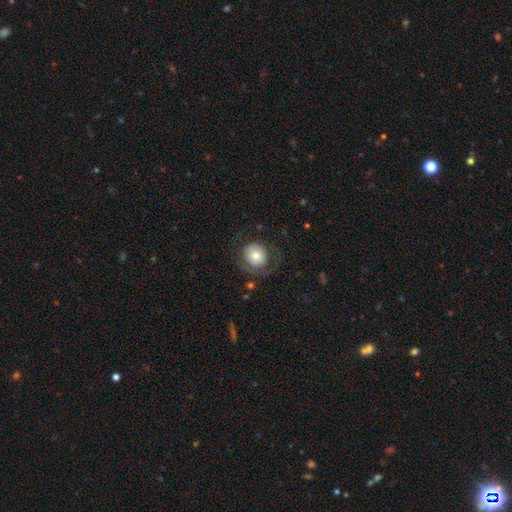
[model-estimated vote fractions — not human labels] smooth-or-featured: smooth: 68% | featured or disk: 24% | star or artifact: 8%
  how-rounded: round: 86% | in between: 13% | cigar-shaped: 1%
  merging: none: 65% | major disturbance: 17% | minor disturbance: 16% | merger: 2%